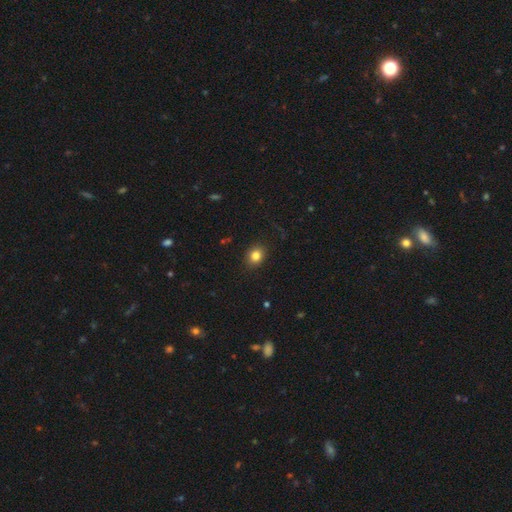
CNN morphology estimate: A smooth galaxy with no disk features (82%) that is round (59%).

Vote fractions:
- Smooth or featured? smooth: 82% / star or artifact: 11% / featured or disk: 7%
- How rounded? round: 59% / in between: 40% / cigar-shaped: 1%
- Merging? none: 88% / minor disturbance: 8% / major disturbance: 2% / merger: 1%